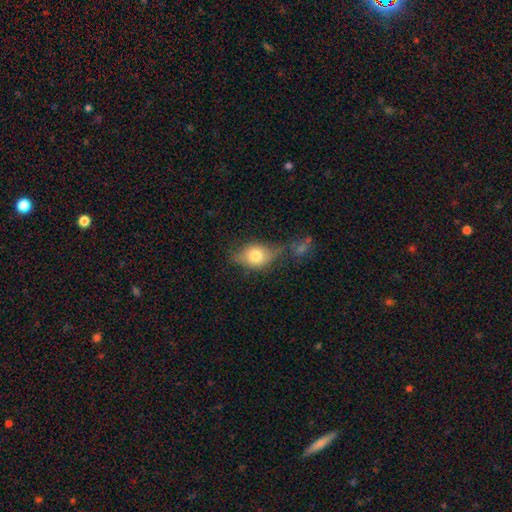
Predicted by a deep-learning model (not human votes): The model was most divided on "merging": none: 46%, minor disturbance: 27%, major disturbance: 15%, merger: 13%. More confident: smooth or featured — smooth (69%); how rounded — in between (65%).